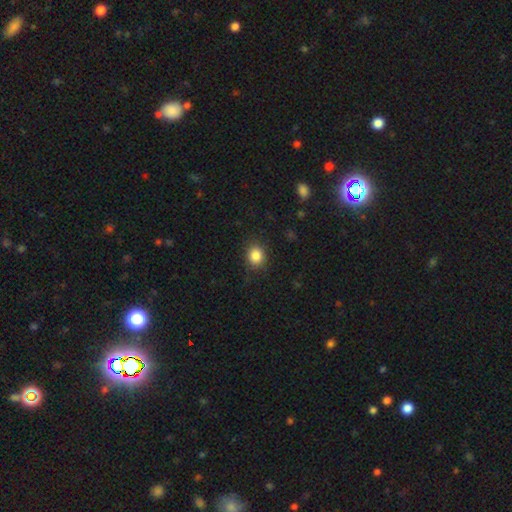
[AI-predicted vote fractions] A smooth galaxy with no disk features (86%) that is round (73%).

Vote fractions:
- Smooth or featured? smooth: 86% / star or artifact: 10% / featured or disk: 4%
- How rounded? round: 73% / in between: 26% / cigar-shaped: 1%
- Merging? none: 86% / minor disturbance: 10% / major disturbance: 3% / merger: 1%